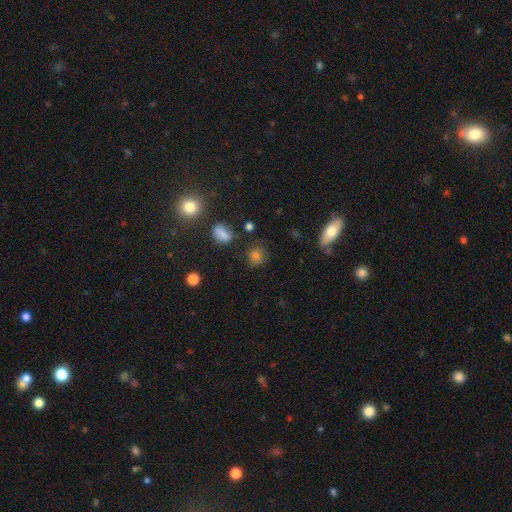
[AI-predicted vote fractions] Q: Smooth or featured?
A: smooth (75%); runner-up: star or artifact (17%)
Q: How rounded?
A: round (74%); runner-up: in between (25%)
Q: Merging?
A: none (77%); runner-up: minor disturbance (15%)